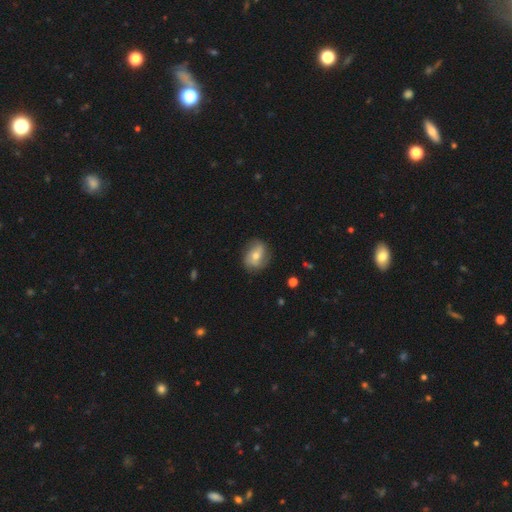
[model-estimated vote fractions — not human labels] smooth_or_featured: featured or disk (p=0.50) [alt: smooth p=0.42]
merging: none (p=0.72) [alt: minor disturbance p=0.20]